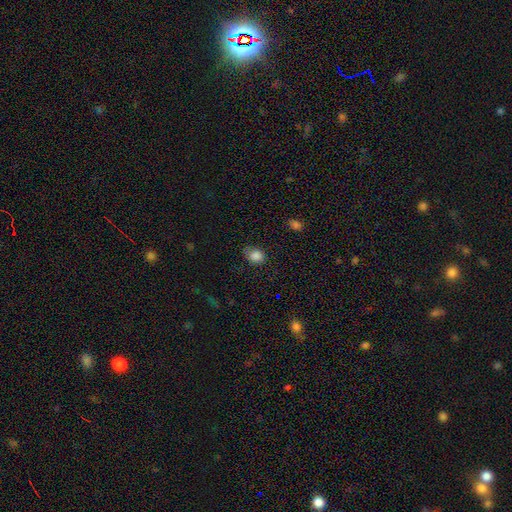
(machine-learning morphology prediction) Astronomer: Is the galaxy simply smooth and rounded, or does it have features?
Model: smooth — 84%.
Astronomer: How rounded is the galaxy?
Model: in between — 54% (runner-up: round, 45%).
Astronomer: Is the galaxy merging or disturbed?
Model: none — 62%.